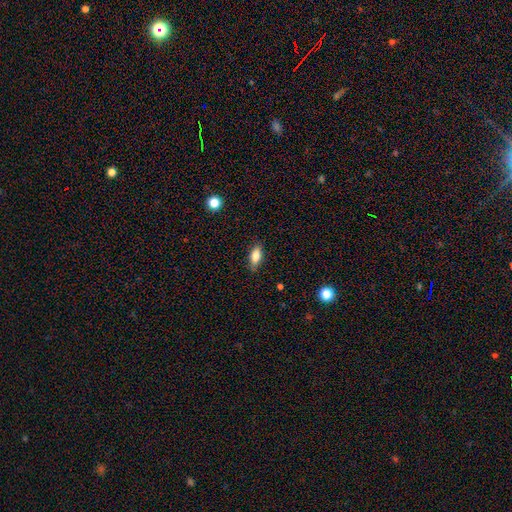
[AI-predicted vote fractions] A smooth galaxy with no disk features (78%) that is in between round and cigar-shaped (80%).

Vote fractions:
- Smooth or featured? smooth: 78% / featured or disk: 14% / star or artifact: 8%
- How rounded? in between: 80% / cigar-shaped: 16% / round: 4%
- Merging? none: 85% / minor disturbance: 12% / major disturbance: 2% / merger: 1%